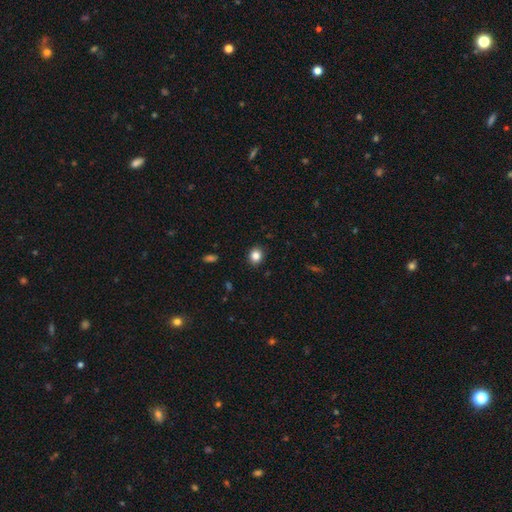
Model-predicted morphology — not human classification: The model was most divided on "how rounded": round: 71%, in between: 28%, cigar-shaped: 1%. More confident: merging — none (90%); smooth or featured — smooth (84%).